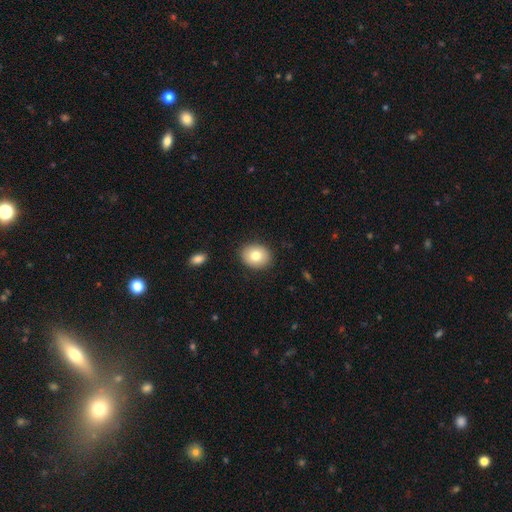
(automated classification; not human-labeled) Smooth or featured?
  - smooth: 79% *
  - featured or disk: 13%
  - star or artifact: 8%
How rounded?
  - round: 51% *
  - in between: 48%
  - cigar-shaped: 1%
Merging?
  - none: 88% *
  - minor disturbance: 8%
  - major disturbance: 2%
  - merger: 1%